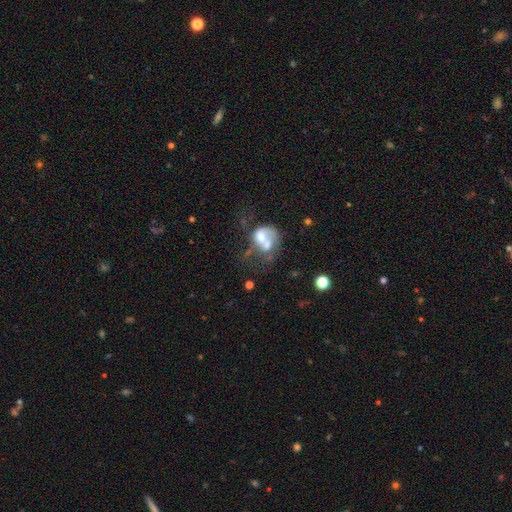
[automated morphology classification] A featured or disk galaxy (39%).

Vote fractions:
- Smooth or featured? featured or disk: 39% / star or artifact: 34% / smooth: 28%
- Merging? none: 45% / major disturbance: 20% / merger: 19% / minor disturbance: 15%